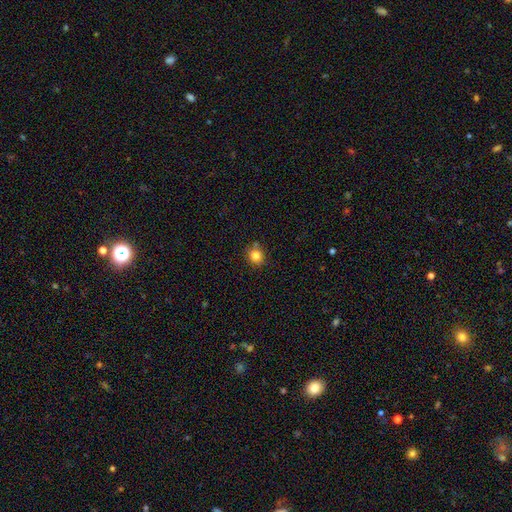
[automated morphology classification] smooth_or_featured: smooth (p=0.83) [alt: star or artifact p=0.11]
how_rounded: round (p=0.81) [alt: in between p=0.18]
merging: none (p=0.76) [alt: minor disturbance p=0.13]